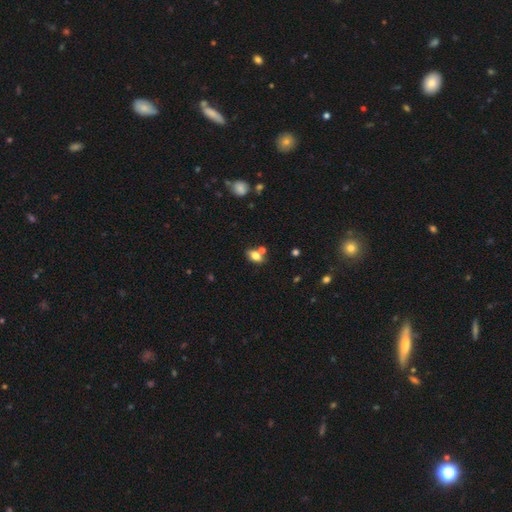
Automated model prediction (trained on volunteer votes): smooth-or-featured: smooth: 75% | featured or disk: 14% | star or artifact: 11%
  how-rounded: in between: 82% | round: 14% | cigar-shaped: 4%
  merging: none: 57% | merger: 26% | minor disturbance: 13% | major disturbance: 4%